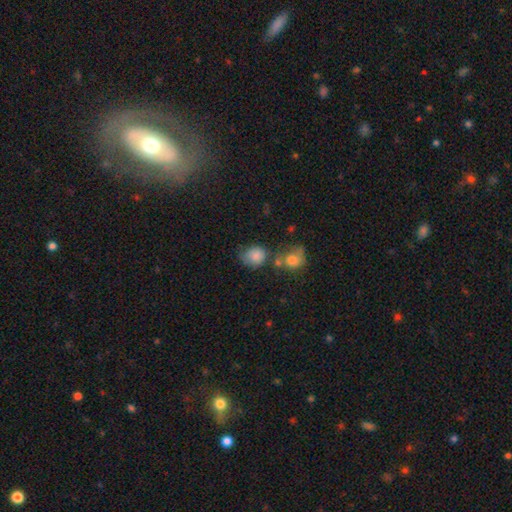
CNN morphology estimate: smooth 81%, featured or disk 10%, star or artifact 9%. Down the decision tree: how rounded — round (66%); merging — none (46%).